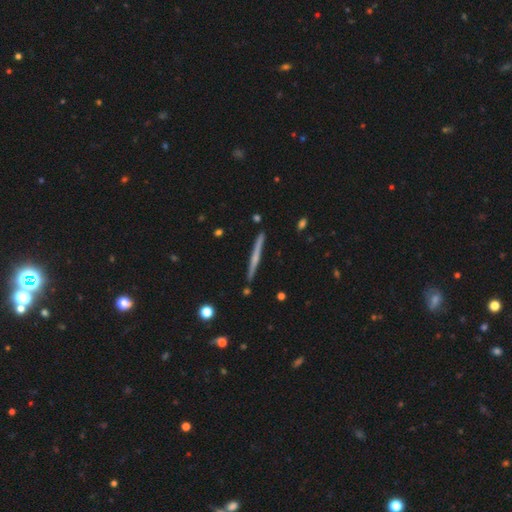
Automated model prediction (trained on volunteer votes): Smooth or featured? Predicted: featured or disk (p=0.60). Edge-on disk? Predicted: yes (p=0.98). Edge-on bulge? Predicted: none (p=0.59). Merging? Predicted: none (p=0.90).